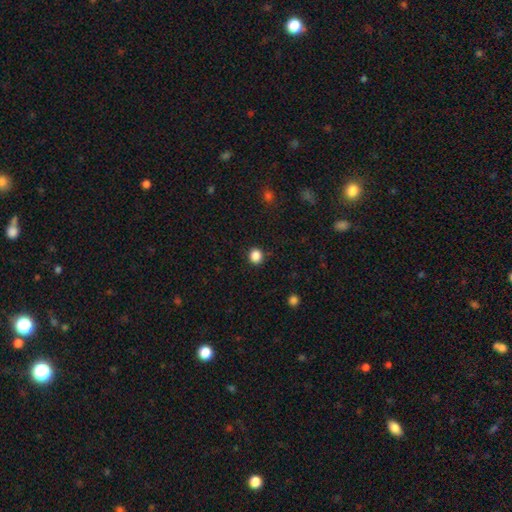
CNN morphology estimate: smooth_or_featured: smooth (p=0.86) [alt: star or artifact p=0.11]
how_rounded: round (p=0.86) [alt: in between p=0.13]
merging: none (p=0.90) [alt: minor disturbance p=0.06]